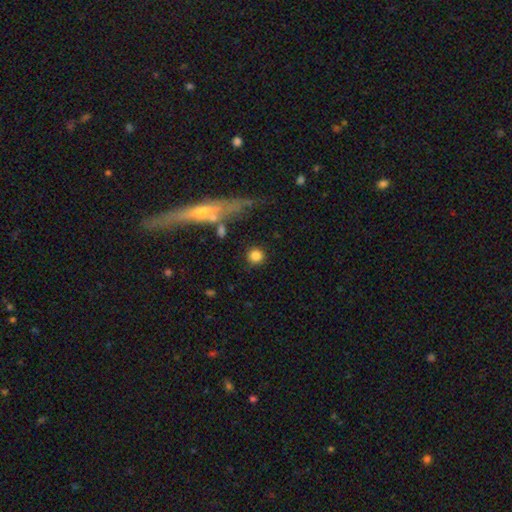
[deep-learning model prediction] smooth-or-featured: smooth: 82% | star or artifact: 10% | featured or disk: 8%
  how-rounded: round: 92% | in between: 6% | cigar-shaped: 2%
  merging: none: 85% | minor disturbance: 7% | merger: 4% | major disturbance: 3%